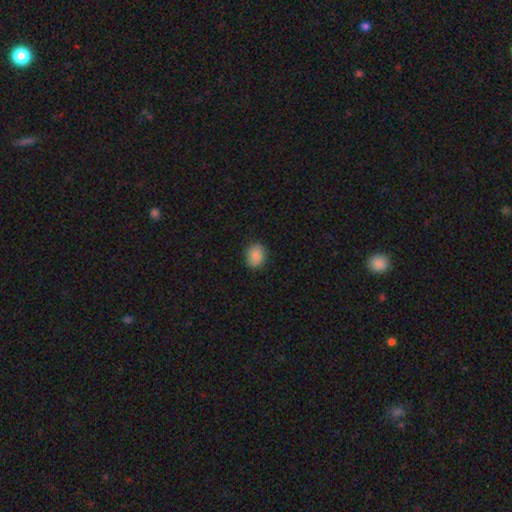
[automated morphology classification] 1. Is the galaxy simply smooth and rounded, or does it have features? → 88% smooth, 8% star or artifact, 4% featured or disk.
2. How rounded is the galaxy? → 52% round, 47% in between, 1% cigar-shaped.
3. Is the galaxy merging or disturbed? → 87% none, 9% minor disturbance, 2% major disturbance, 1% merger.